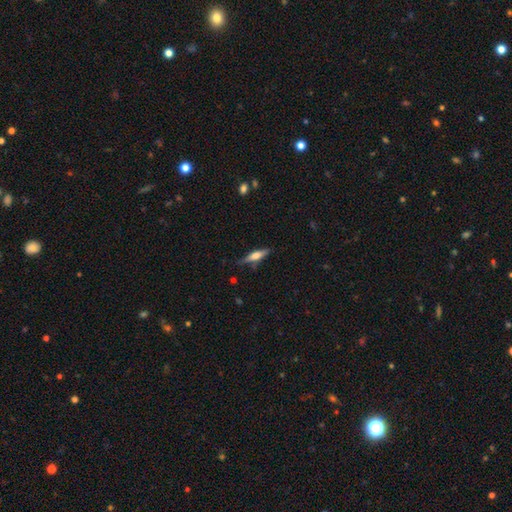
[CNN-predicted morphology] Smooth or featured: featured or disk — 55% (smooth — 39%)
Edge-on disk: yes — 95% (no — 5%)
Edge-on bulge: rounded — 84% (boxy — 12%)
Merging: none — 80% (minor disturbance — 14%)